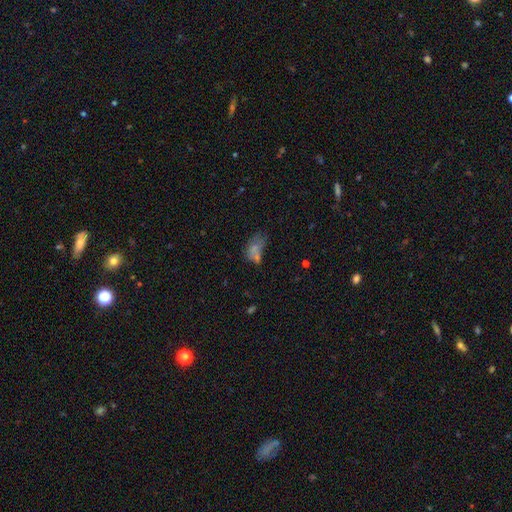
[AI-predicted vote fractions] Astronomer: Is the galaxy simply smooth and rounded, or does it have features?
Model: smooth — 57%.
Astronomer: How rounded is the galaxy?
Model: in between — 81%.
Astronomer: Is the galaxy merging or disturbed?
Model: none — 33% (runner-up: merger, 24%).